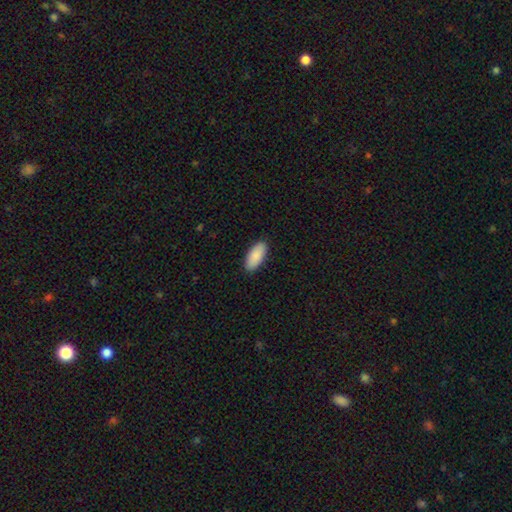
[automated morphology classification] smooth 90%, star or artifact 5%, featured or disk 4%. Down the decision tree: how rounded — in between (91%); merging — none (90%).